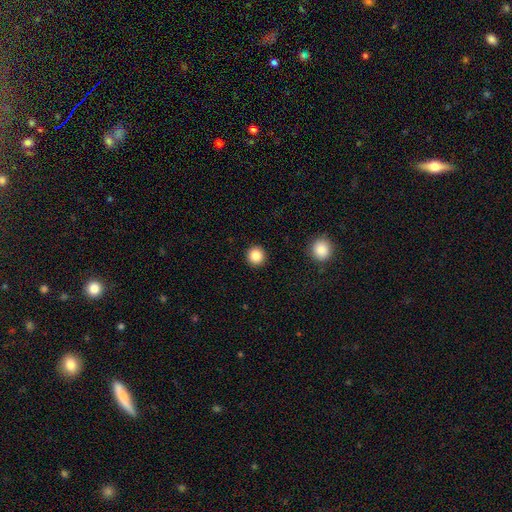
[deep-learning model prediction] The model was most divided on "smooth or featured": smooth: 86%, star or artifact: 10%, featured or disk: 4%. More confident: how rounded — round (95%); merging — none (92%).